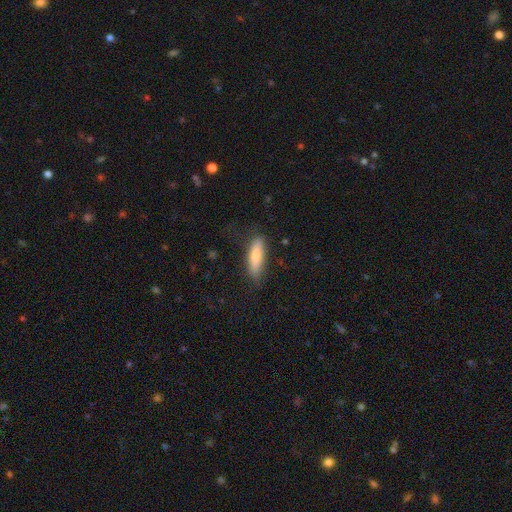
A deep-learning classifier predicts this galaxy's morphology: smooth-or-featured: smooth: 71% | featured or disk: 22% | star or artifact: 6%
  how-rounded: cigar-shaped: 64% | in between: 34% | round: 2%
  merging: none: 78% | minor disturbance: 17% | major disturbance: 4% | merger: 1%